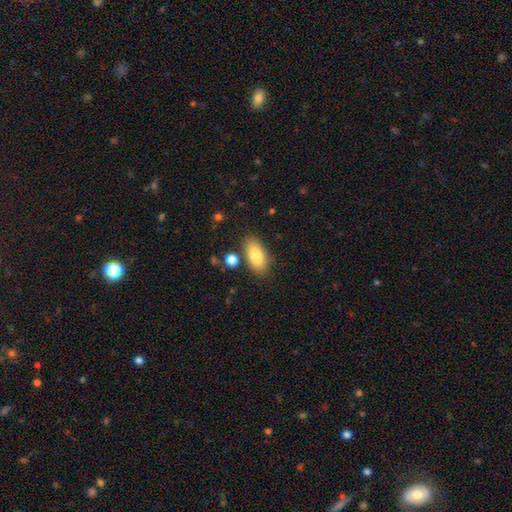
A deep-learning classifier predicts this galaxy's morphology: Smooth or featured?
  - smooth: 85% *
  - featured or disk: 9%
  - star or artifact: 7%
How rounded?
  - in between: 90% *
  - cigar-shaped: 7%
  - round: 3%
Merging?
  - none: 82% *
  - minor disturbance: 11%
  - merger: 5%
  - major disturbance: 3%